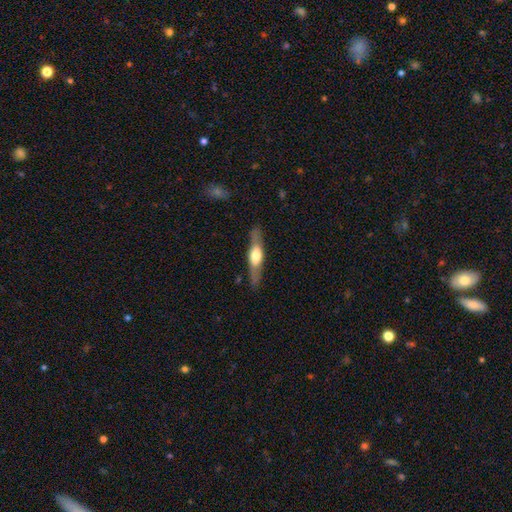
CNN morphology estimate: A featured or disk galaxy (57%) viewed edge-on (87%).

Vote fractions:
- Smooth or featured? featured or disk: 57% / smooth: 38% / star or artifact: 5%
- Edge-on disk? yes: 87% / no: 13%
- Merging? none: 83% / minor disturbance: 12% / major disturbance: 4% / merger: 2%